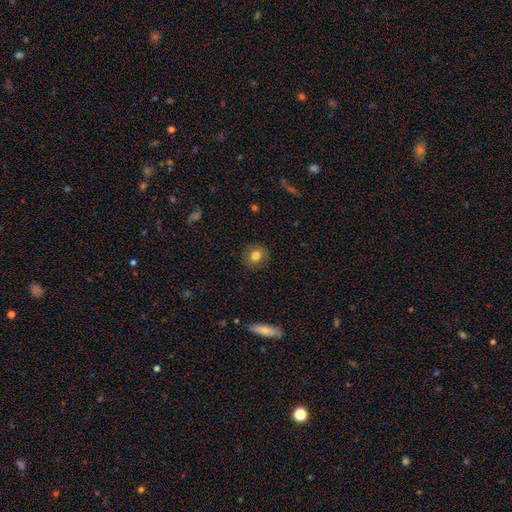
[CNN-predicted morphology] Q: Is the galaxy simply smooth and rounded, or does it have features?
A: smooth — 79%.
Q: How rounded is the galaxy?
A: round — 87%.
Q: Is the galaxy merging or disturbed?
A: none — 88%.